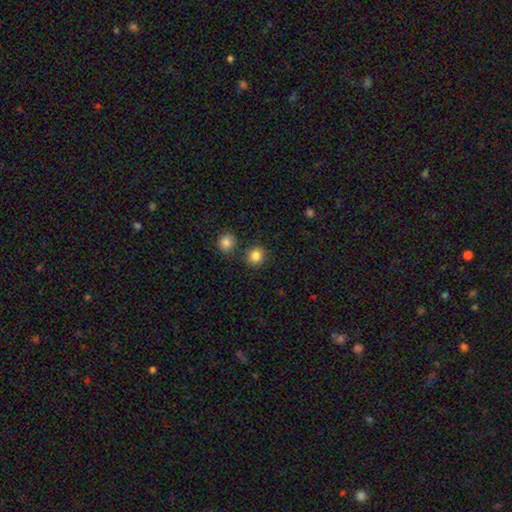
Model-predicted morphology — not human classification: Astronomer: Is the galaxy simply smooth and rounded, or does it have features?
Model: smooth — 85%.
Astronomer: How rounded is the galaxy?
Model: round — 89%.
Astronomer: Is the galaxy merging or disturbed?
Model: none — 82%.